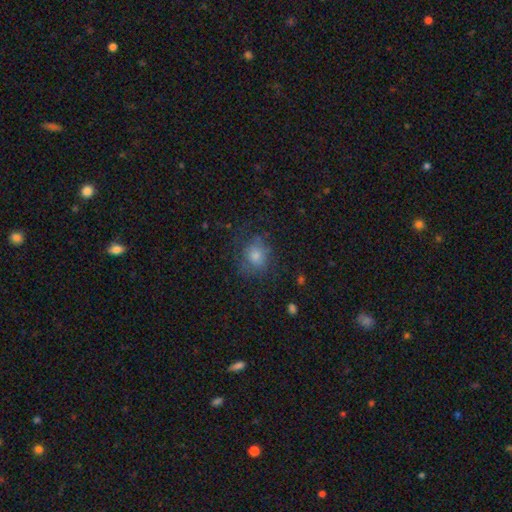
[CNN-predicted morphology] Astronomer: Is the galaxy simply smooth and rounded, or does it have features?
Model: smooth — 72%.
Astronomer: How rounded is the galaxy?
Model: round — 70%.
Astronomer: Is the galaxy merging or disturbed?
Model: none — 67%.